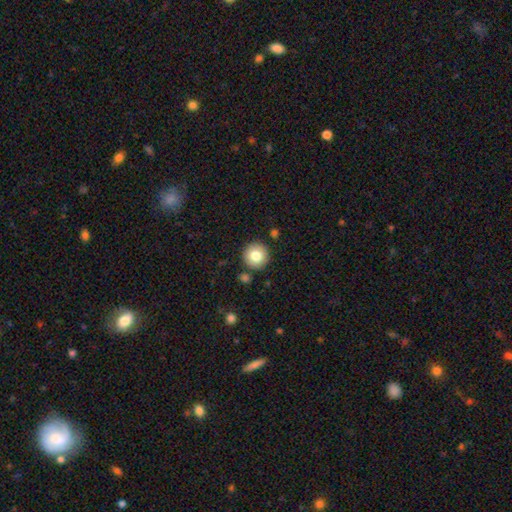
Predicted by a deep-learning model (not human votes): A smooth galaxy with no disk features (81%) that is round (96%). Merging: none (88%).